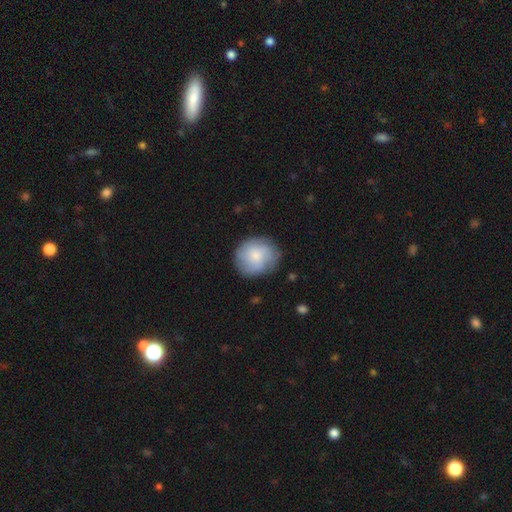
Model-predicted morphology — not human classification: Overall: smooth (73%). How rounded: round (80%). Merging: none (75%).